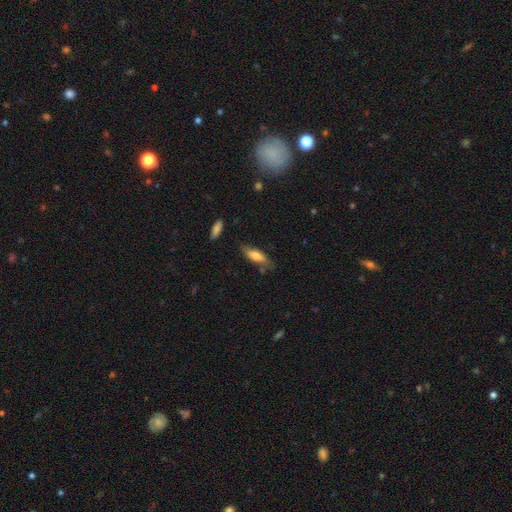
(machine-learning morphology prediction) The model was most divided on "how rounded" (2-way tie): in between: 49%, cigar-shaped: 49%, round: 2%. More confident: merging — none (69%); smooth or featured — smooth (65%).